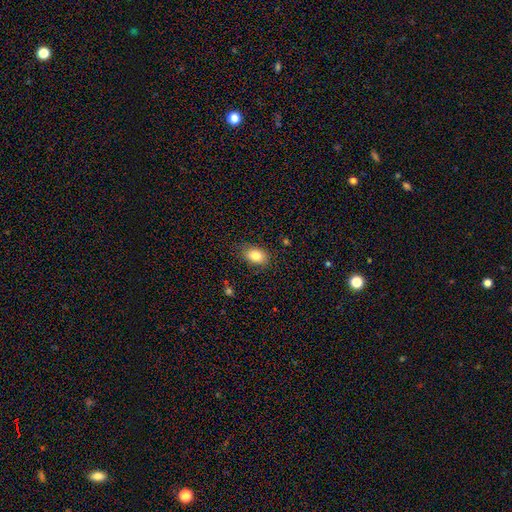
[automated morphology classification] Smooth or featured? Predicted: smooth (p=0.83). How rounded? Predicted: in between (p=0.86). Merging? Predicted: none (p=0.82).